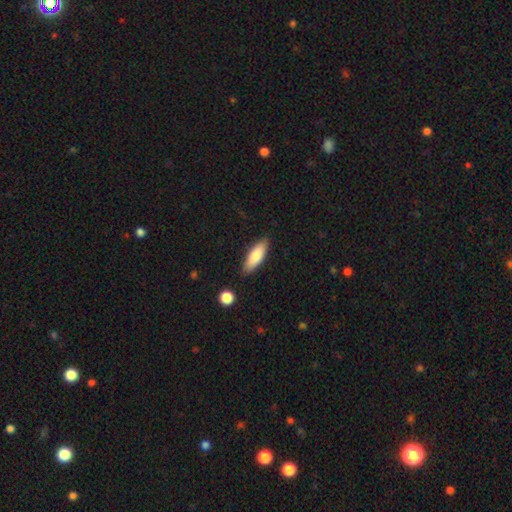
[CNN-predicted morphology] Q: Smooth or featured?
A: smooth (80%); runner-up: featured or disk (15%)
Q: How rounded?
A: in between (57%); runner-up: cigar-shaped (41%)
Q: Merging?
A: none (85%); runner-up: minor disturbance (11%)